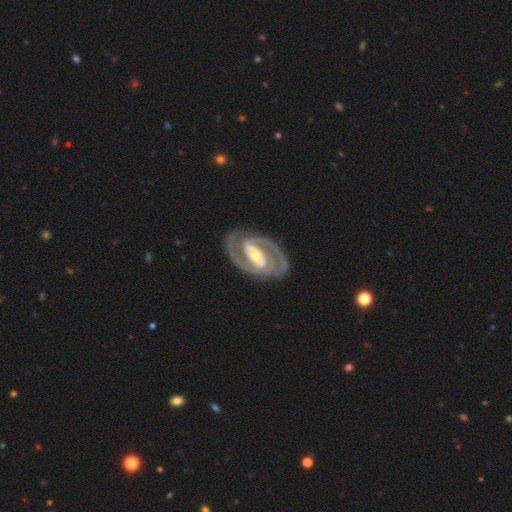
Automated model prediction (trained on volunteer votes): smooth_or_featured: featured or disk (p=0.91) [alt: smooth p=0.06]
disk_edge_on: no (p=0.97) [alt: yes p=0.03]
bar: strong (p=0.56) [alt: weak p=0.30]
has_spiral_arms: yes (p=0.95) [alt: no p=0.05]
spiral_winding: tight (p=0.51) [alt: medium p=0.42]
spiral_arm_count: 2 (p=0.91) [alt: can't tell p=0.03]
bulge_size: moderate (p=0.51) [alt: small p=0.43]
merging: none (p=0.83) [alt: minor disturbance p=0.11]